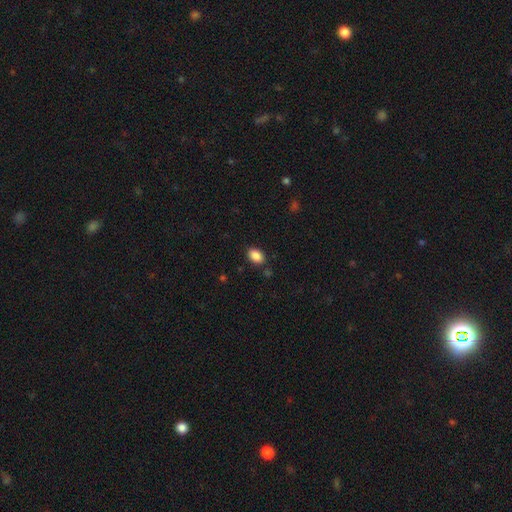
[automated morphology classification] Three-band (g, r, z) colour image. It shows a smooth galaxy with no disk features (88%) that is in between round and cigar-shaped (85%). Merging: none (85%).